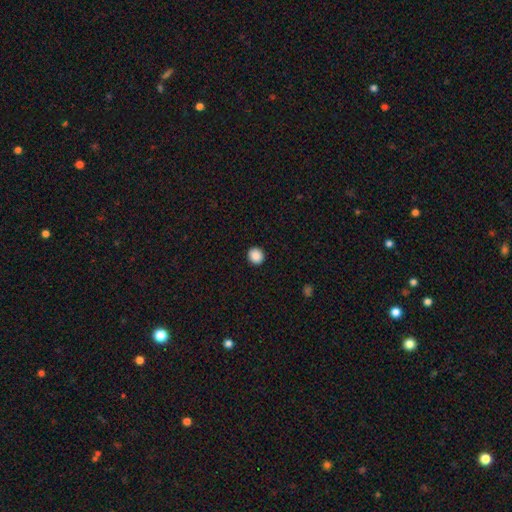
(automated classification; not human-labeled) smooth_or_featured: smooth (p=0.89) [alt: star or artifact p=0.09]
how_rounded: round (p=0.88) [alt: in between p=0.11]
merging: none (p=0.93) [alt: minor disturbance p=0.04]